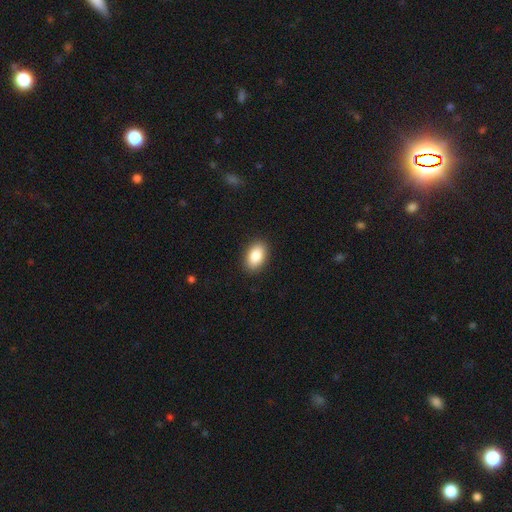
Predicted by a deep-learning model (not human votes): This is clearly a smooth galaxy (86%). How rounded: clearly in between (90%). Merging: clearly none (89%).